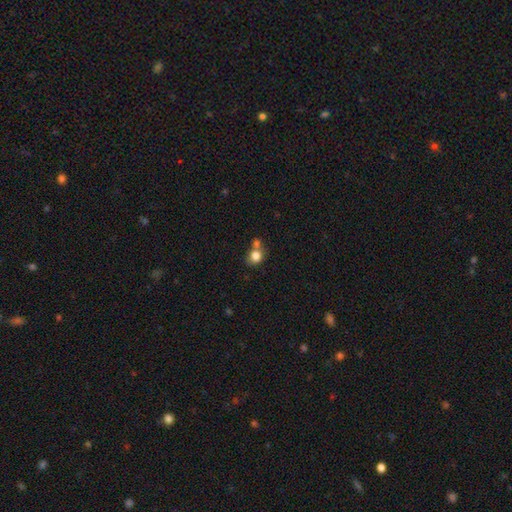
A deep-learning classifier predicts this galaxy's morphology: Smooth or featured?
  - smooth: 81% *
  - star or artifact: 10%
  - featured or disk: 9%
How rounded?
  - round: 67% *
  - in between: 32%
  - cigar-shaped: 1%
Merging?
  - none: 47% *
  - merger: 37%
  - minor disturbance: 11%
  - major disturbance: 5%